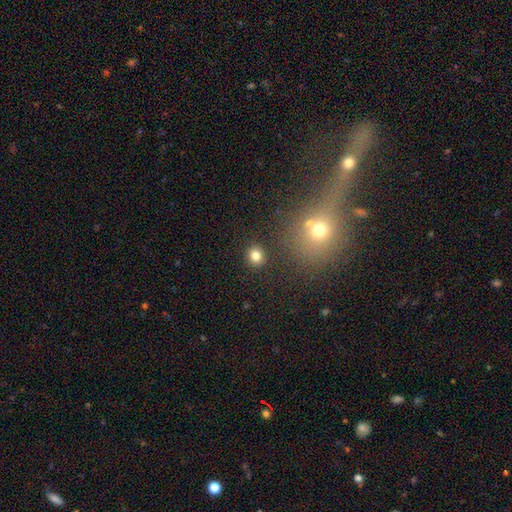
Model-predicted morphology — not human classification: Overall: smooth (79%). How rounded: round (82%). Merging: none (87%).